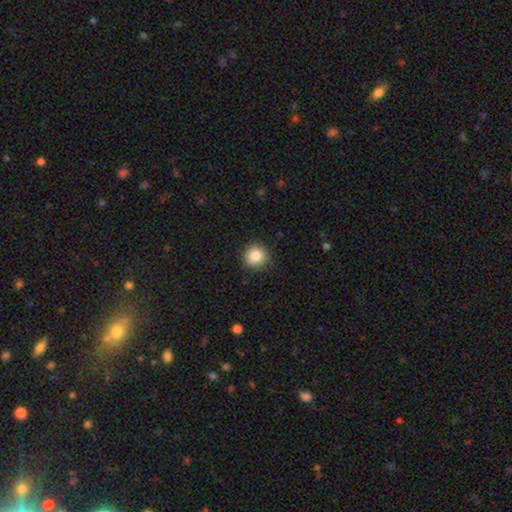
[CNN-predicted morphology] A smooth galaxy with no disk features (85%) that is round (92%). Merging: none (88%).